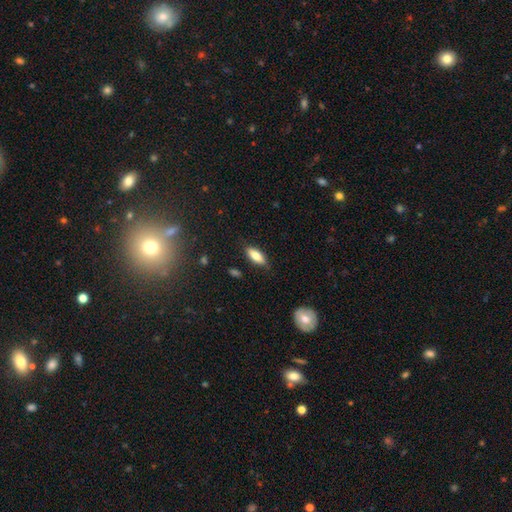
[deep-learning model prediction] smooth 76%, featured or disk 17%, star or artifact 7%. Down the decision tree: how rounded — in between (73%); merging — none (83%).